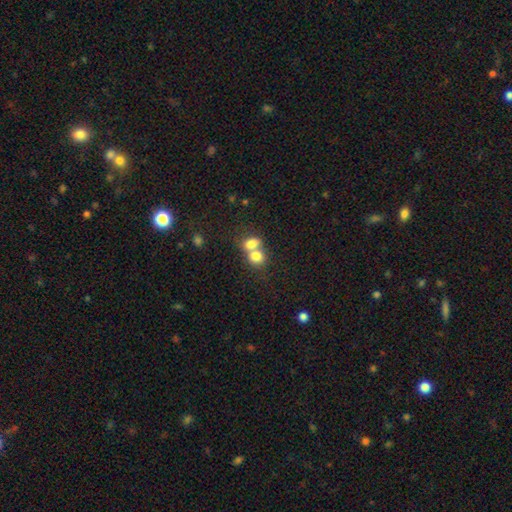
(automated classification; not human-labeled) Overall: smooth (78%). How rounded: round (53%; in between 46%). Merging: merger (66%).